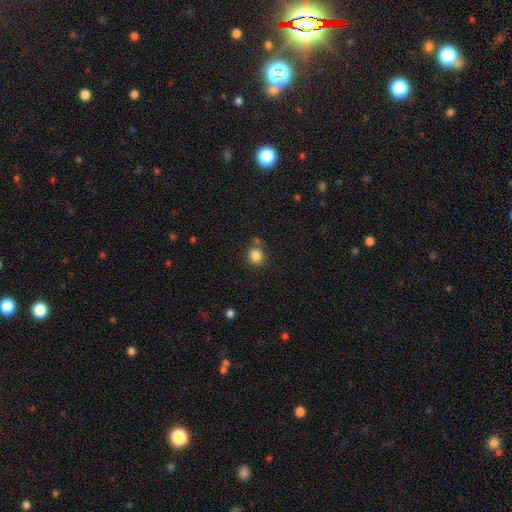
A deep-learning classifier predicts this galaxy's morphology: This is clearly a smooth galaxy (84%). How rounded: likely round (78%). Merging: likely none (75%).